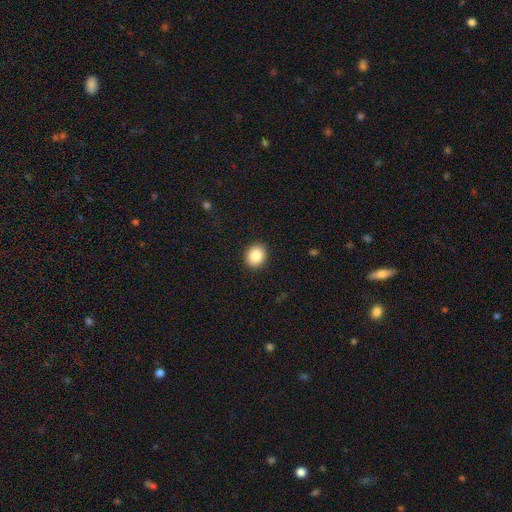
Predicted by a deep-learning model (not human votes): Smooth or featured: smooth — 86% (star or artifact — 9%)
How rounded: round — 68% (in between — 31%)
Merging: none — 91% (minor disturbance — 6%)